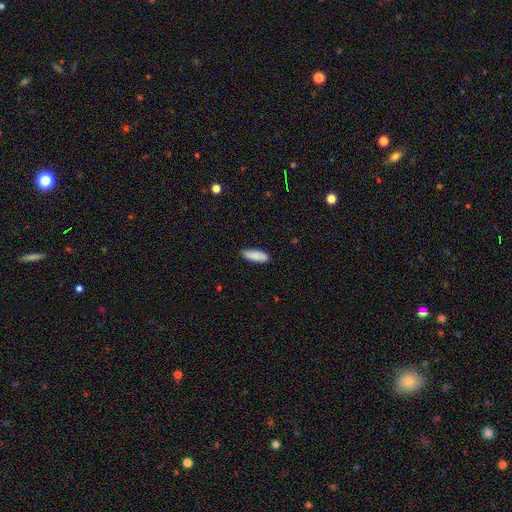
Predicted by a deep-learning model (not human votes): Smooth or featured? Predicted: smooth (p=0.88). How rounded? Predicted: in between (p=0.68). Merging? Predicted: none (p=0.86).